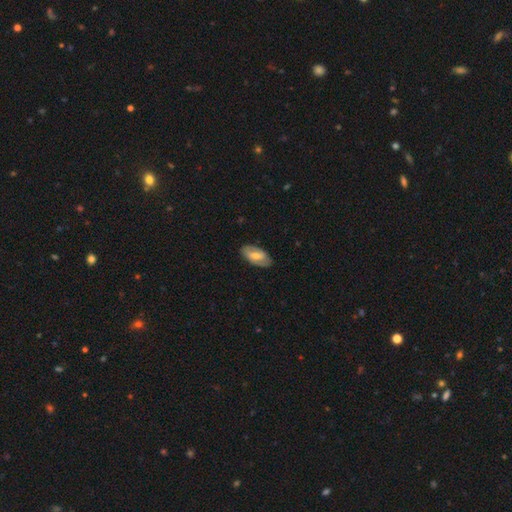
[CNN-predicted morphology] Smooth or featured? featured or disk (56%)
Edge-on disk? no (91%)
Bar? weak (45%)
Spiral arms? yes (60%)
Bulge size? moderate (58%)
Merging? none (83%)